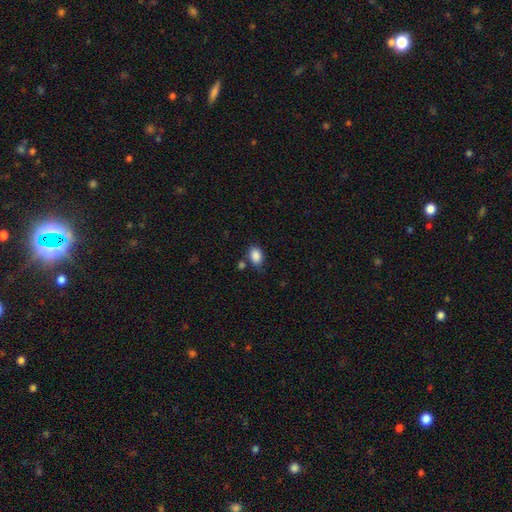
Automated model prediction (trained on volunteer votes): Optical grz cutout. It shows a smooth galaxy with no disk features (88%) that is in between round and cigar-shaped (80%). Merging: none (69%).